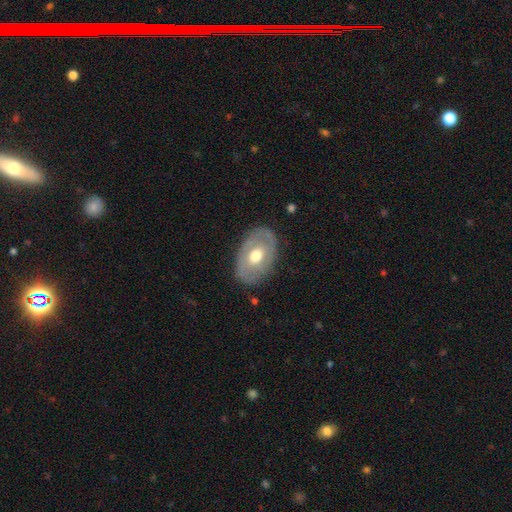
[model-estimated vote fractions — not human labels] Overall: featured or disk (53%; smooth 41%). Edge-on disk: no (91%). Merging: none (80%).